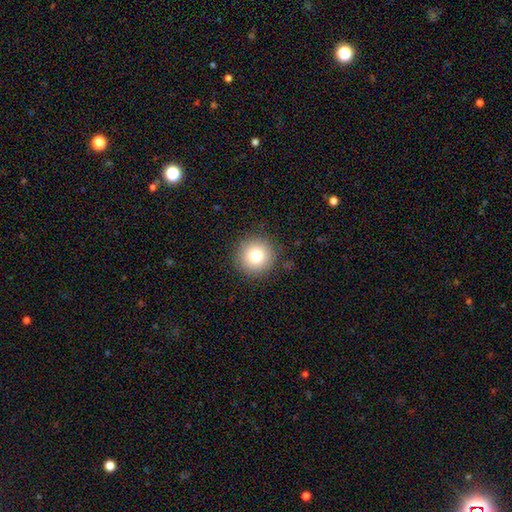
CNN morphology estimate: This is likely a smooth galaxy (79%). How rounded: clearly round (96%). Merging: clearly none (90%).